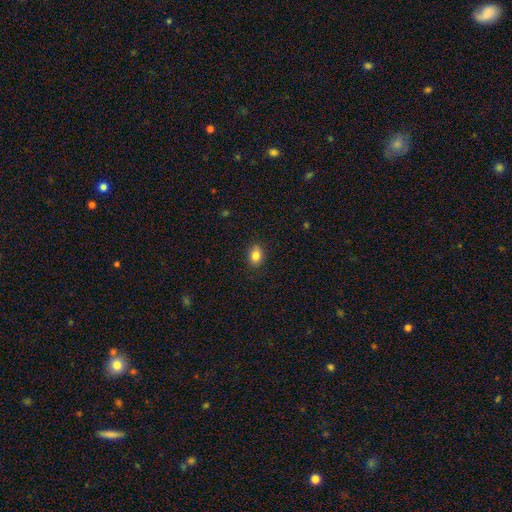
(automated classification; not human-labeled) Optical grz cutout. It shows a smooth galaxy with no disk features (83%) that is in between round and cigar-shaped (69%). Merging: none (87%).